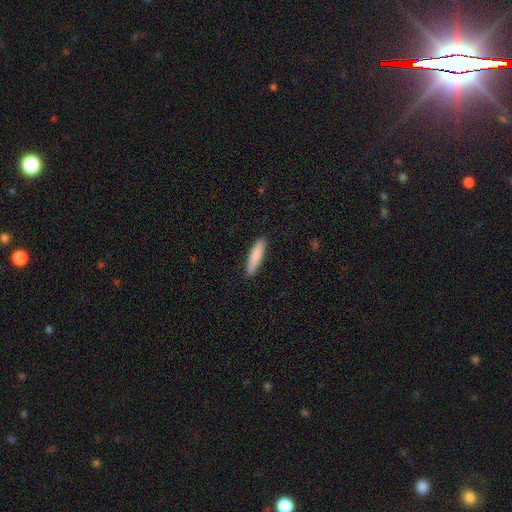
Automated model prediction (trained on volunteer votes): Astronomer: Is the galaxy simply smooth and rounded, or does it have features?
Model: smooth — 86%.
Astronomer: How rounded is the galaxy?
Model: cigar-shaped — 82%.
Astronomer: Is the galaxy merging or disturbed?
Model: none — 90%.